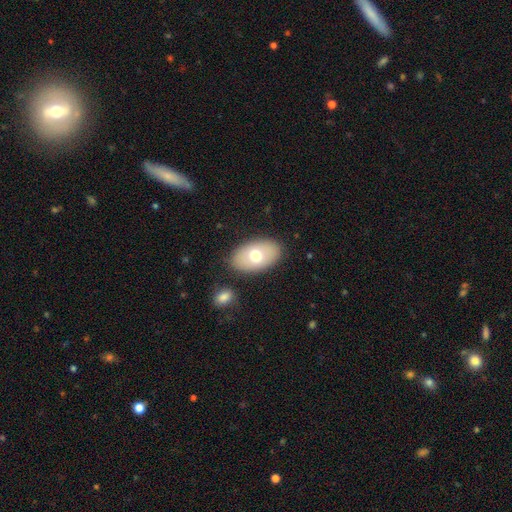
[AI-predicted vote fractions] smooth_or_featured: smooth (p=0.68) [alt: featured or disk p=0.25]
how_rounded: in between (p=0.91) [alt: round p=0.08]
merging: none (p=0.84) [alt: minor disturbance p=0.10]